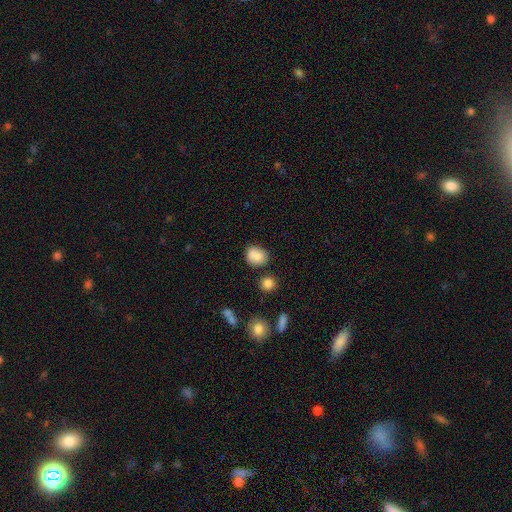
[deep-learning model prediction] smooth_or_featured: smooth (p=0.83) [alt: star or artifact p=0.10]
how_rounded: round (p=0.63) [alt: in between p=0.35]
merging: none (p=0.65) [alt: minor disturbance p=0.17]